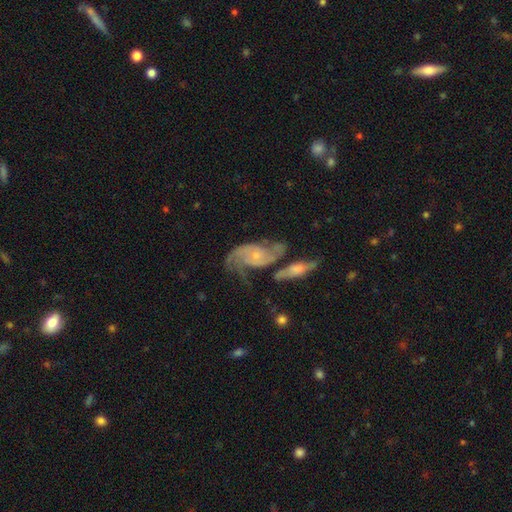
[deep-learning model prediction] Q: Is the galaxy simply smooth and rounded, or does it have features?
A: featured or disk — 84%.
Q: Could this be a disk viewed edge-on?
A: no — 95%.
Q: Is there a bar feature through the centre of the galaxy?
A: no — 69%.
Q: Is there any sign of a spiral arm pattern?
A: yes — 94%.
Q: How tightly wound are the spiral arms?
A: medium — 42%.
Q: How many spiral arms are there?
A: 2 — 65%.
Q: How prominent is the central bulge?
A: small — 71%.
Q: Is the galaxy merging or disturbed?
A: none — 35%.